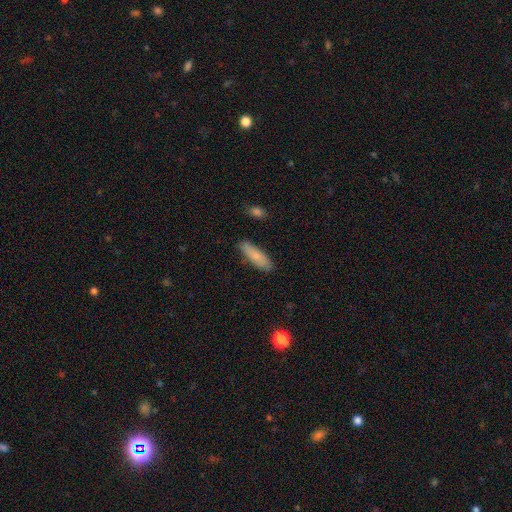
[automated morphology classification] A smooth galaxy with no disk features (78%) that is cigar-shaped (51%).

Vote fractions:
- Smooth or featured? smooth: 78% / featured or disk: 16% / star or artifact: 6%
- How rounded? cigar-shaped: 51% / in between: 47% / round: 2%
- Merging? none: 85% / minor disturbance: 12% / major disturbance: 2% / merger: 2%